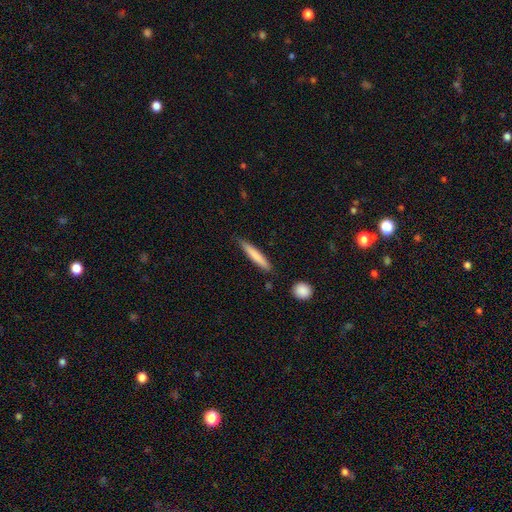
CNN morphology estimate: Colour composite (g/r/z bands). It shows a smooth galaxy with no disk features (74%) that is cigar-shaped (93%). Merging: none (82%).